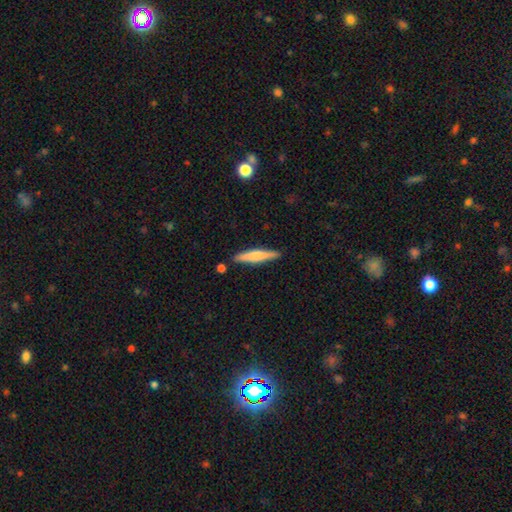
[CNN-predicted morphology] A smooth galaxy with no disk features (61%) that is cigar-shaped (91%). Merging: none (85%).